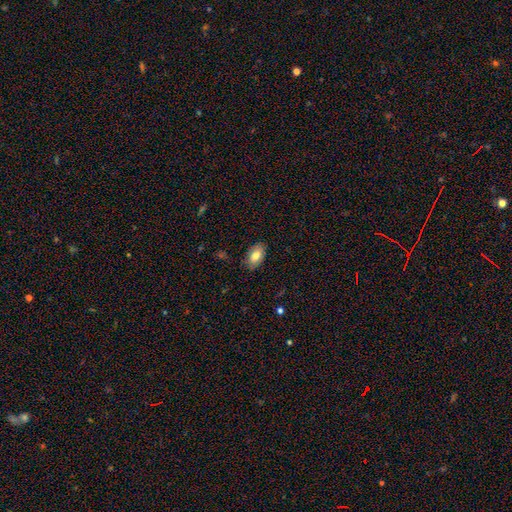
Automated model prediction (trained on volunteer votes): Q: Smooth or featured?
A: smooth (79%); runner-up: featured or disk (14%)
Q: How rounded?
A: in between (92%); runner-up: round (6%)
Q: Merging?
A: none (84%); runner-up: minor disturbance (12%)